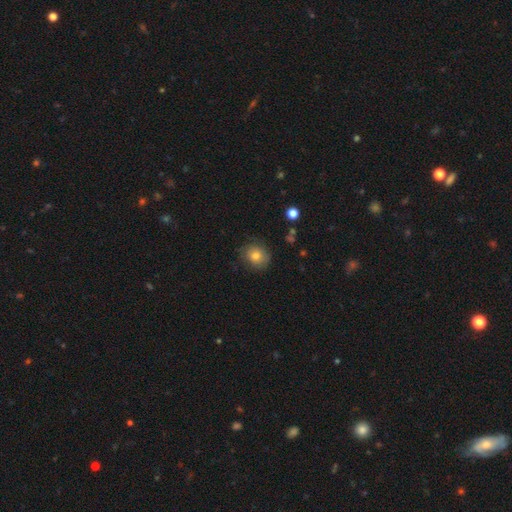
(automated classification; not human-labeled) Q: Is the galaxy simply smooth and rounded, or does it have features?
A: smooth — 78%.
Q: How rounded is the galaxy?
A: round — 80%.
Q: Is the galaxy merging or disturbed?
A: none — 80%.